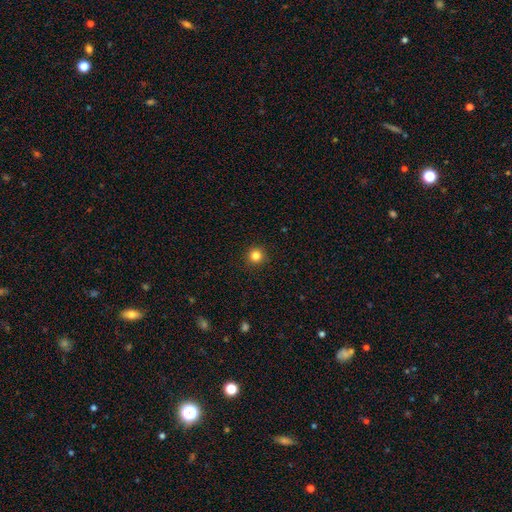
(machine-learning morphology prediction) type=smooth (83%); roundness=round (95%); merging=none (92%).